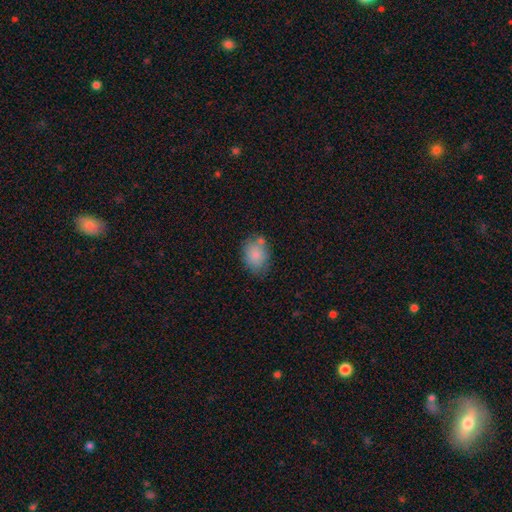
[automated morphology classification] Smooth or featured? Predicted: smooth (p=0.82). How rounded? Predicted: in between (p=0.70). Merging? Predicted: none (p=0.65).